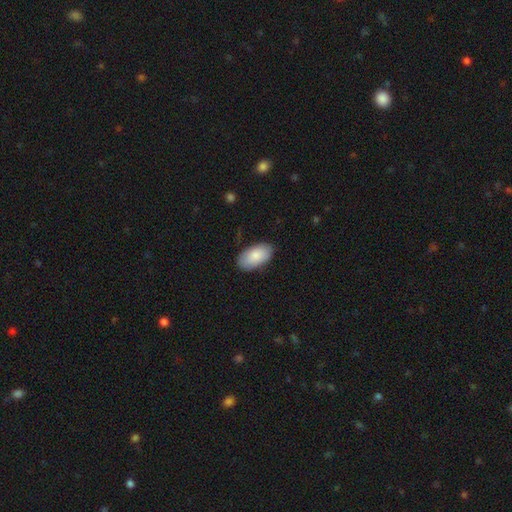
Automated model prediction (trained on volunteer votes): Smooth or featured: smooth — 85% (featured or disk — 9%)
How rounded: in between — 95% (round — 3%)
Merging: none — 83% (minor disturbance — 13%)